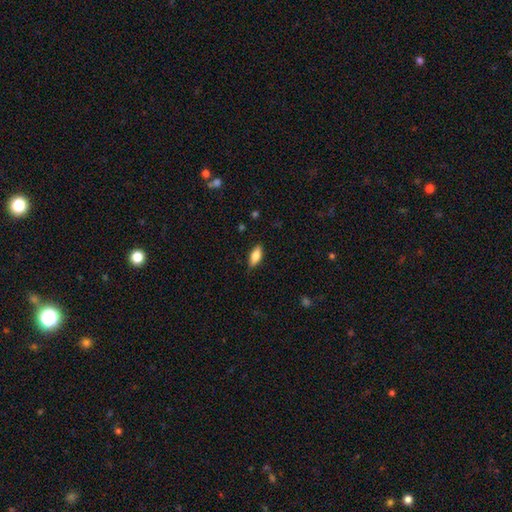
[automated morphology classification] This appears to be a smooth galaxy with no disk features (76%) that is in between round and cigar-shaped (79%). Merging: none (82%).